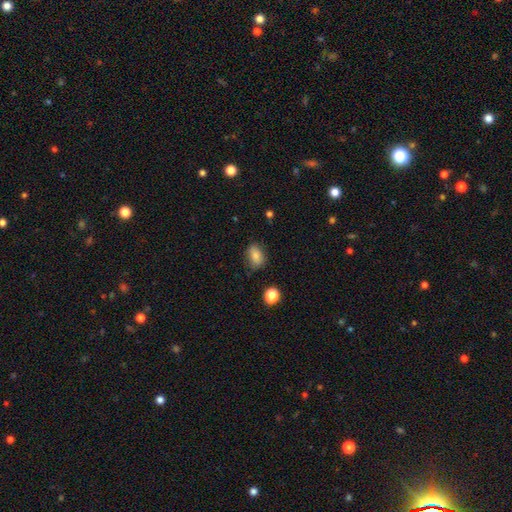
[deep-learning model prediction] A smooth galaxy with no disk features (81%) that is in between round and cigar-shaped (81%).

Vote fractions:
- Smooth or featured? smooth: 81% / star or artifact: 10% / featured or disk: 9%
- How rounded? in between: 81% / round: 17% / cigar-shaped: 2%
- Merging? none: 74% / minor disturbance: 19% / major disturbance: 4% / merger: 2%